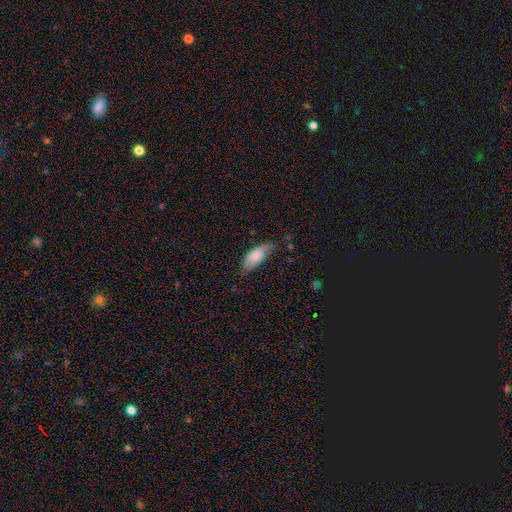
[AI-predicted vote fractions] Smooth or featured? Predicted: smooth (p=0.71). How rounded? Predicted: in between (p=0.83). Merging? Predicted: none (p=0.49).